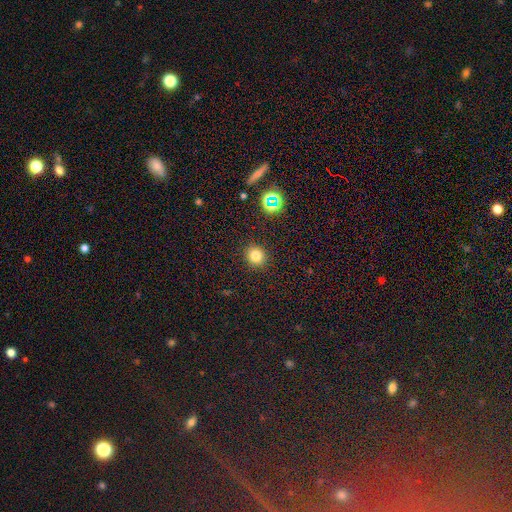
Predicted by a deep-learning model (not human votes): The model was most divided on "smooth or featured": smooth: 78%, star or artifact: 16%, featured or disk: 6%. More confident: merging — none (90%); how rounded — round (89%).